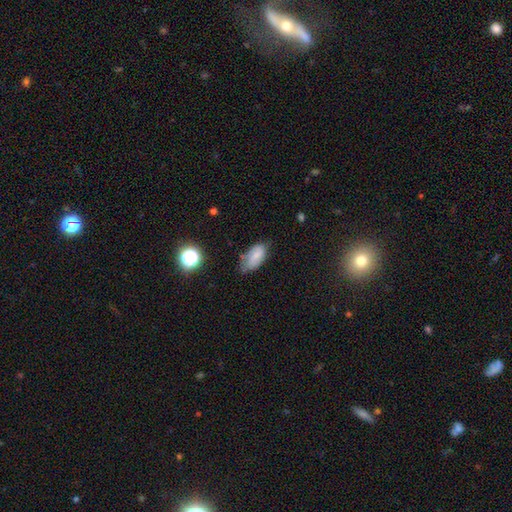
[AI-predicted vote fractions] Overall: smooth (68%). How rounded: in between (92%). Merging: none (56%; minor disturbance 33%).